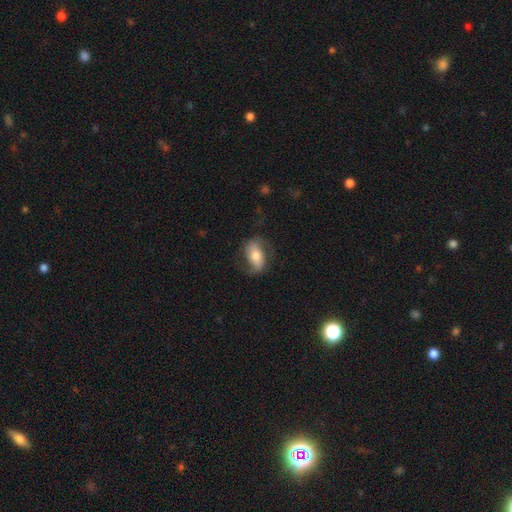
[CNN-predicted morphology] A featured or disk galaxy (50%). Merging: none (67%).